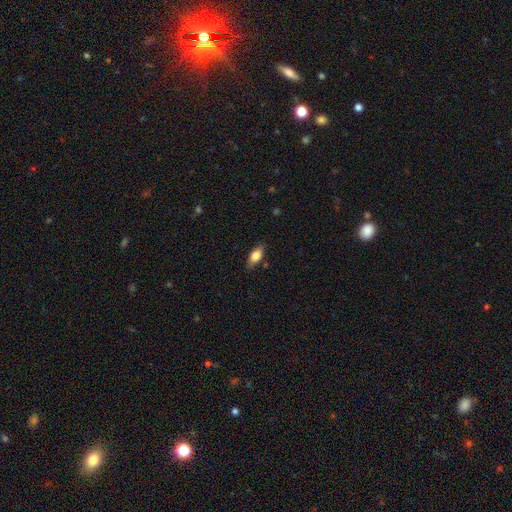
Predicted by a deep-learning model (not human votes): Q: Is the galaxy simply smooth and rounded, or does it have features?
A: smooth — 77%.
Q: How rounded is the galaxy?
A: in between — 85%.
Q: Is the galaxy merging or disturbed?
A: none — 81%.